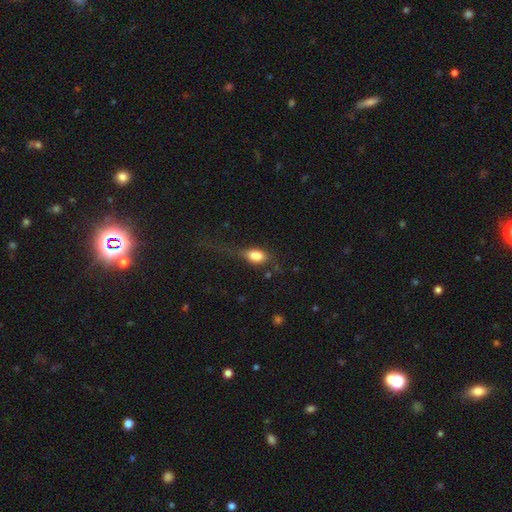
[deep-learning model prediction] smooth 76%, featured or disk 15%, star or artifact 9%. Down the decision tree: how rounded — in between (81%); merging — major disturbance (35%, tied with none).